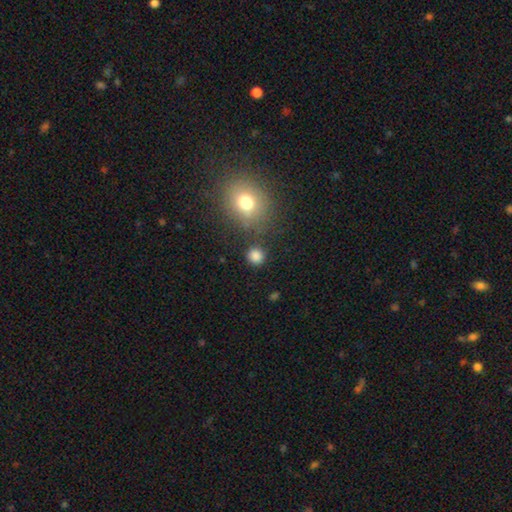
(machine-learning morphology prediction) A smooth galaxy with no disk features (84%) that is round (90%).

Vote fractions:
- Smooth or featured? smooth: 84% / star or artifact: 12% / featured or disk: 4%
- How rounded? round: 90% / in between: 9% / cigar-shaped: 1%
- Merging? none: 84% / minor disturbance: 8% / merger: 5% / major disturbance: 3%